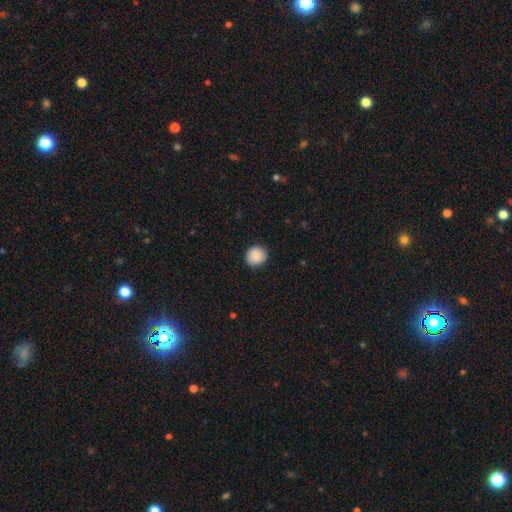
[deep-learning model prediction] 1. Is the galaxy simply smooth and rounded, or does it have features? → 89% smooth, 8% star or artifact, 3% featured or disk.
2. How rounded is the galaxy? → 89% round, 10% in between, 1% cigar-shaped.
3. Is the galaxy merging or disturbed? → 91% none, 6% minor disturbance, 2% major disturbance, 1% merger.